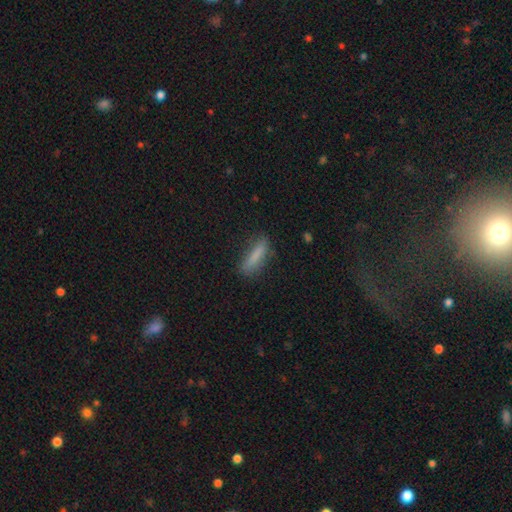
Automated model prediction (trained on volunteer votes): This is likely a smooth galaxy (80%). How rounded: likely cigar-shaped (72%). Merging: likely none (76%).